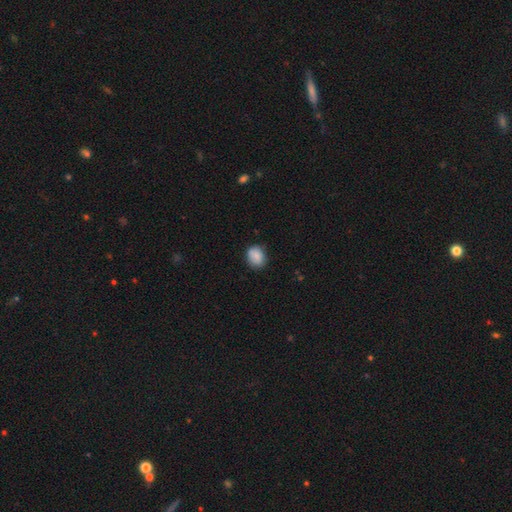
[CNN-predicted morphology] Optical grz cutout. It shows a smooth galaxy with no disk features (86%) that is in between round and cigar-shaped (50%). Merging: none (80%).